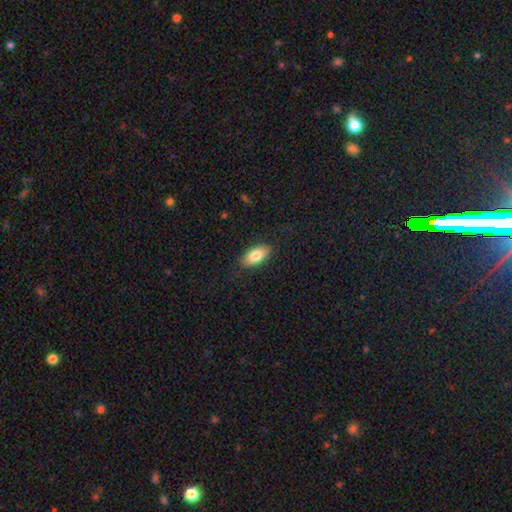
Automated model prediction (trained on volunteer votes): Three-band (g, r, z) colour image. It shows a smooth galaxy with no disk features (80%) that is in between round and cigar-shaped (91%). Merging: none (86%).